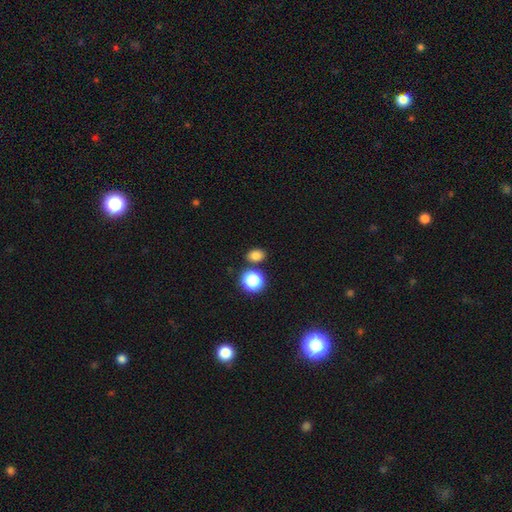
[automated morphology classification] Overall: smooth (79%). How rounded: in between (56%; round 42%). Merging: none (78%).